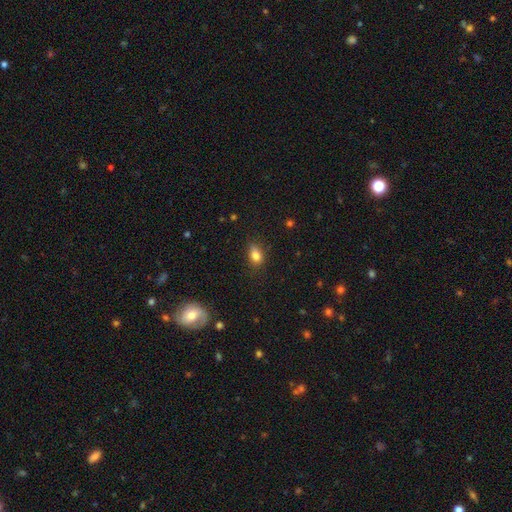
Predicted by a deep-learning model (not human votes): Q: Smooth or featured?
A: smooth (81%); runner-up: star or artifact (10%)
Q: How rounded?
A: in between (77%); runner-up: round (19%)
Q: Merging?
A: none (68%); runner-up: minor disturbance (24%)